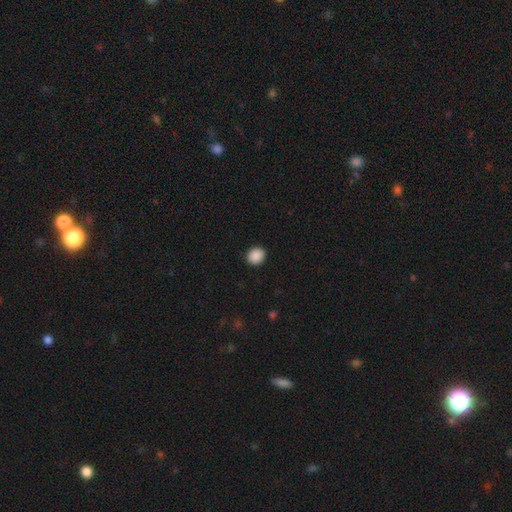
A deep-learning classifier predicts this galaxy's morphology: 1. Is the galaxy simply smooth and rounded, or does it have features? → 89% smooth, 8% star or artifact, 2% featured or disk.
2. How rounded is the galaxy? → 72% round, 28% in between, 1% cigar-shaped.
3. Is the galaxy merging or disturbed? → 91% none, 6% minor disturbance, 2% major disturbance, 1% merger.